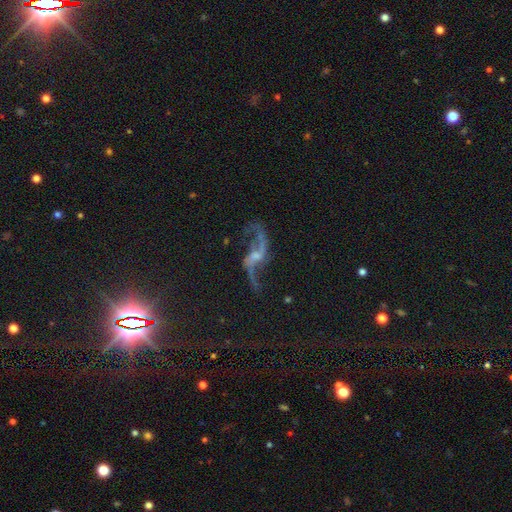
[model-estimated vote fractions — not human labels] featured or disk 84%, star or artifact 11%, smooth 4%. Down the decision tree: edge-on disk — no (94%); bar — no (47%); spiral arms — yes (96%); spiral arm count — 2 (93%); spiral winding — loose (89%); bulge size — small (58%); merging — none (69%).